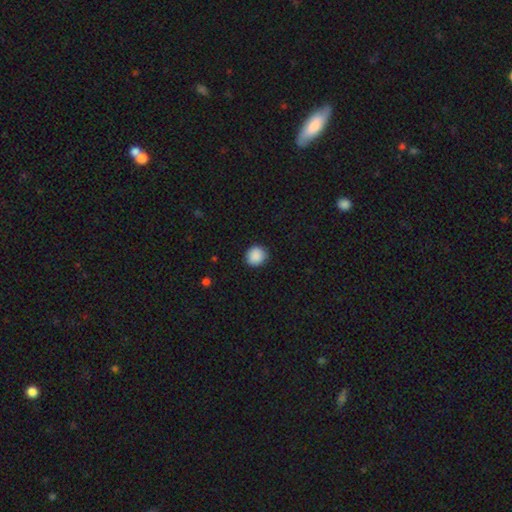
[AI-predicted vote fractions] The model was most divided on "how rounded": round: 89%, in between: 10%, cigar-shaped: 1%. More confident: merging — none (90%); smooth or featured — smooth (89%).